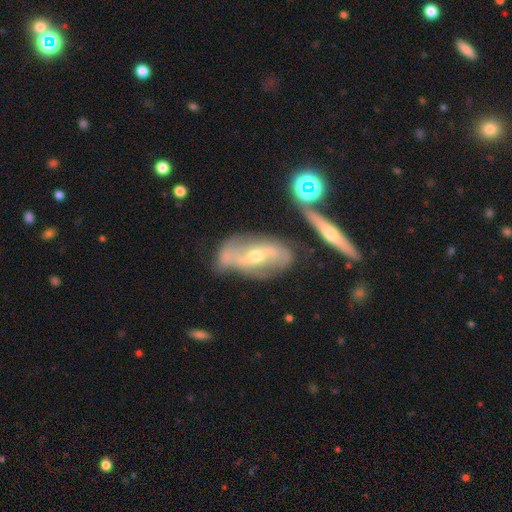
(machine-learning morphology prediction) Smooth or featured? Predicted: featured or disk (p=0.80). Edge-on disk? Predicted: no (p=0.87). Bar? Predicted: strong (p=0.39). Spiral arms? Predicted: yes (p=0.85). Spiral winding? Predicted: medium (p=0.39). Spiral arm count? Predicted: 2 (p=0.78). Bulge size? Predicted: moderate (p=0.53). Merging? Predicted: none (p=0.62).